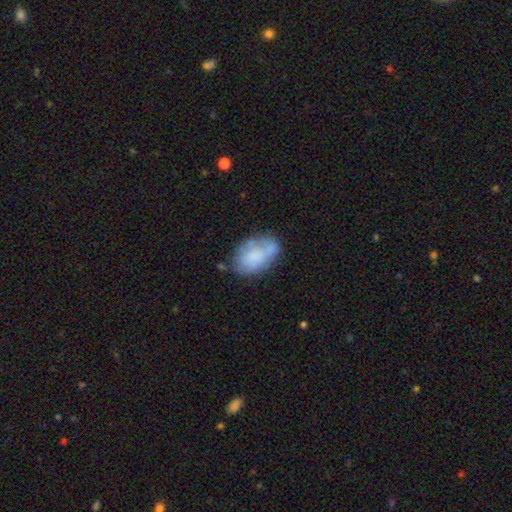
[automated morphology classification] This appears to be a smooth galaxy with no disk features (63%) that is in between round and cigar-shaped (90%). Merging: none (45%).